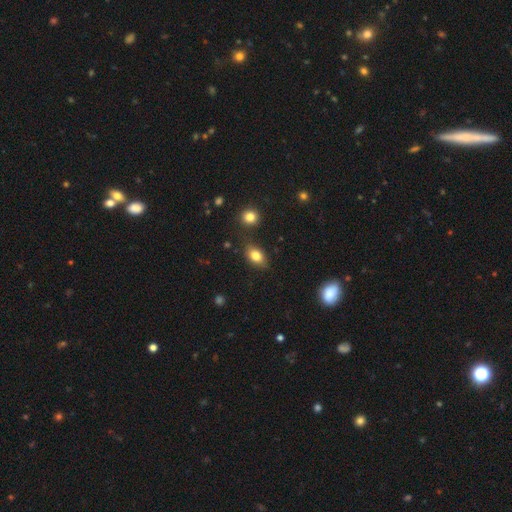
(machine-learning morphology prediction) Smooth or featured?
  - smooth: 81% *
  - featured or disk: 10%
  - star or artifact: 9%
How rounded?
  - in between: 83% *
  - round: 15%
  - cigar-shaped: 2%
Merging?
  - none: 79% *
  - minor disturbance: 14%
  - merger: 4%
  - major disturbance: 3%